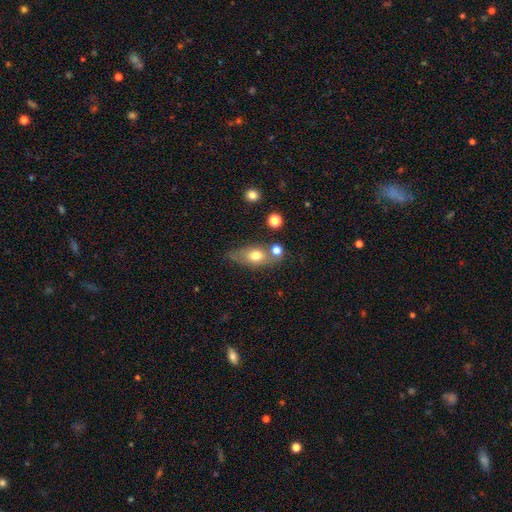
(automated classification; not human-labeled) This appears to be a smooth galaxy with no disk features (67%) that is in between round and cigar-shaped (75%). Merging: none (56%).